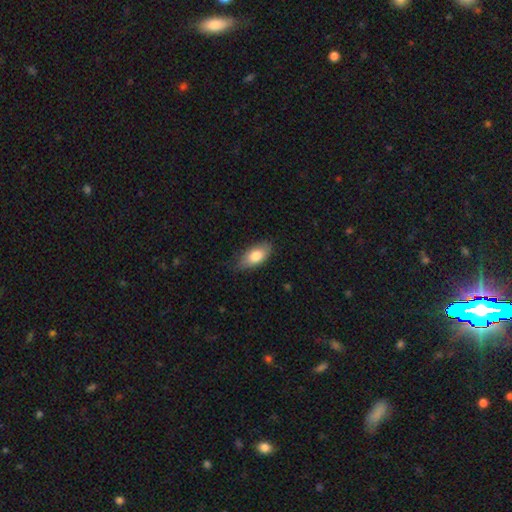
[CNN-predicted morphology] Overall: smooth (79%). How rounded: in between (89%). Merging: none (73%).